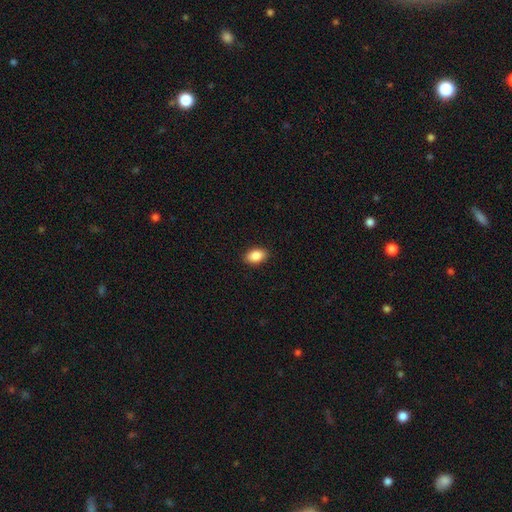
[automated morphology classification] smooth-or-featured: smooth: 89% | star or artifact: 7% | featured or disk: 4%
  how-rounded: in between: 89% | round: 10% | cigar-shaped: 1%
  merging: none: 90% | minor disturbance: 8% | major disturbance: 2% | merger: 1%